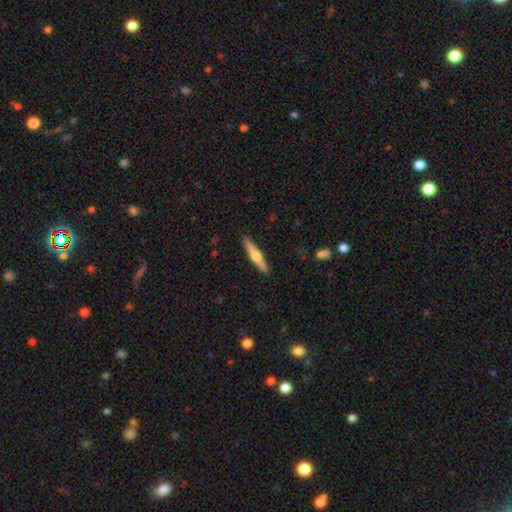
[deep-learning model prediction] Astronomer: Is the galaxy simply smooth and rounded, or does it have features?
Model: featured or disk — 55% (runner-up: smooth, 40%).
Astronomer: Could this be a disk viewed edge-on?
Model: yes — 96%.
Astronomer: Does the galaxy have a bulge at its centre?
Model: rounded — 91%.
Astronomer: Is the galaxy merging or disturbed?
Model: none — 90%.